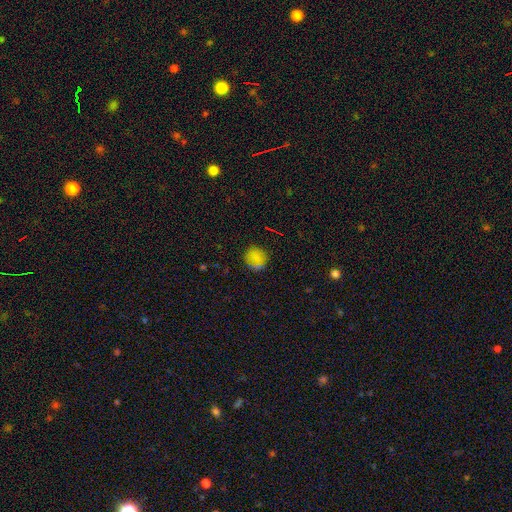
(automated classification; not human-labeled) The model was most divided on "smooth or featured": smooth: 75%, star or artifact: 17%, featured or disk: 8%. More confident: how rounded — round (87%); merging — none (78%).